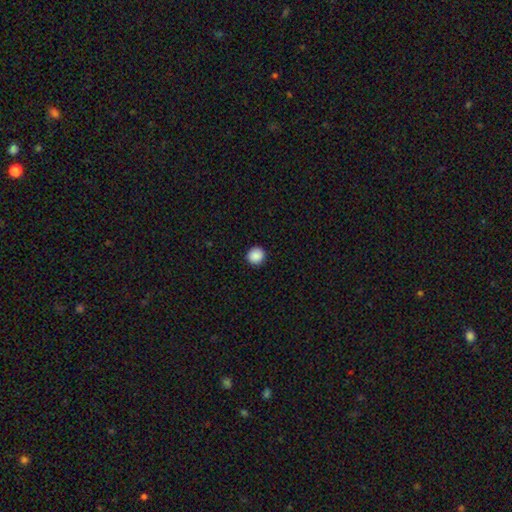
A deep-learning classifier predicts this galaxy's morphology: Smooth or featured: smooth — 89% (star or artifact — 9%)
How rounded: round — 94% (in between — 5%)
Merging: none — 92% (minor disturbance — 5%)